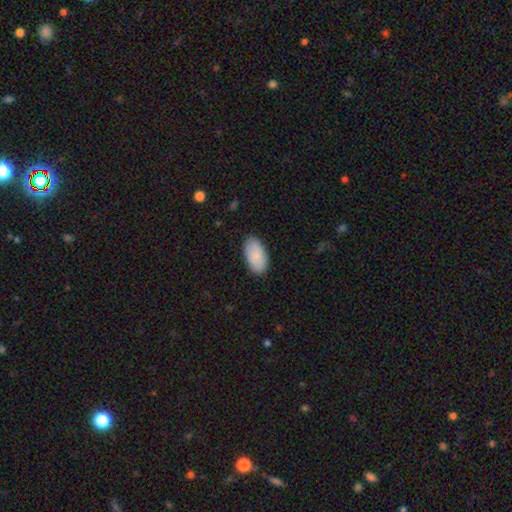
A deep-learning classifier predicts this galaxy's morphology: Smooth or featured: smooth — 89% (featured or disk — 6%)
How rounded: in between — 95% (round — 3%)
Merging: none — 86% (minor disturbance — 11%)